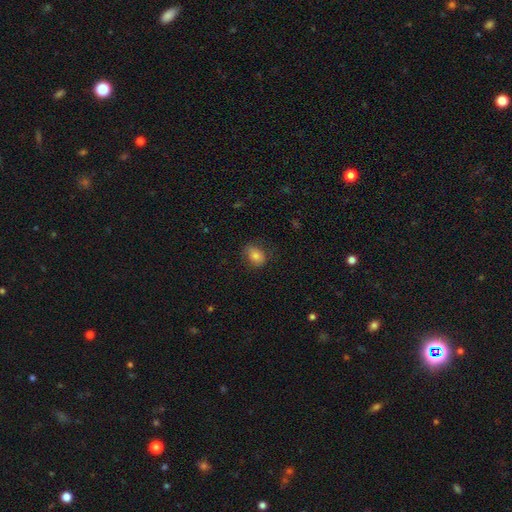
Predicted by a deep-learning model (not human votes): Morphology: type=smooth (79%); roundness=in between (66%); merging=none (72%).